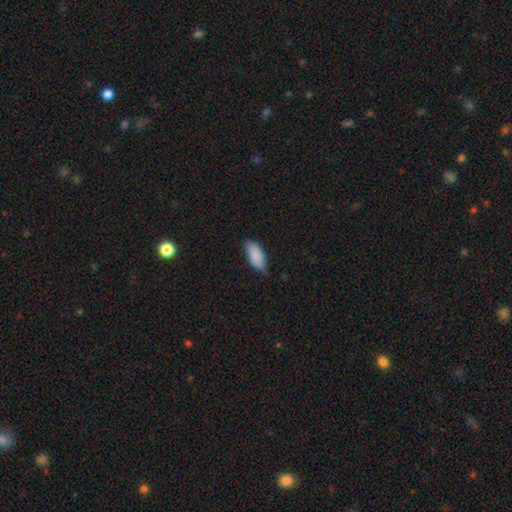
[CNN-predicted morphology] Q: Smooth or featured?
A: smooth (88%); runner-up: featured or disk (6%)
Q: How rounded?
A: in between (87%); runner-up: cigar-shaped (11%)
Q: Merging?
A: none (65%); runner-up: minor disturbance (30%)